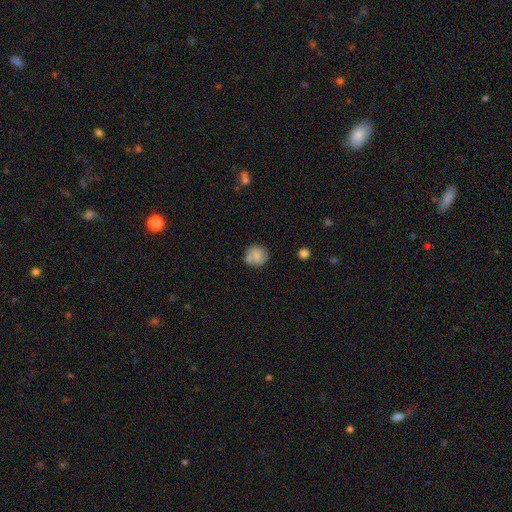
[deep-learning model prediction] smooth 68%, featured or disk 24%, star or artifact 8%. Down the decision tree: how rounded — round (86%); merging — none (65%).